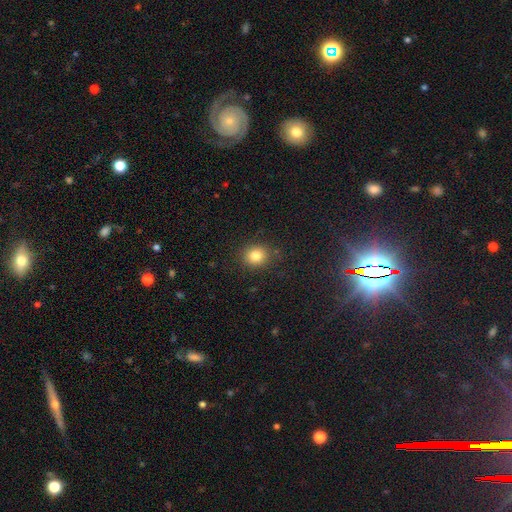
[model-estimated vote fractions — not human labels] This is clearly a smooth galaxy (81%). How rounded: likely round (80%). Merging: clearly none (87%).